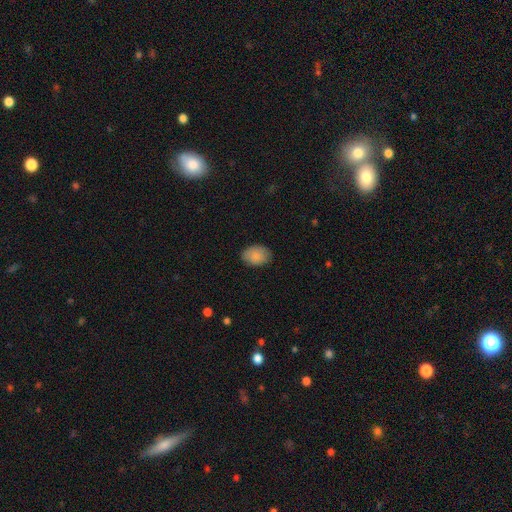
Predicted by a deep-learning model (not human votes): smooth-or-featured: smooth: 87% | star or artifact: 7% | featured or disk: 6%
  how-rounded: in between: 77% | round: 22% | cigar-shaped: 1%
  merging: none: 83% | minor disturbance: 13% | major disturbance: 3% | merger: 1%